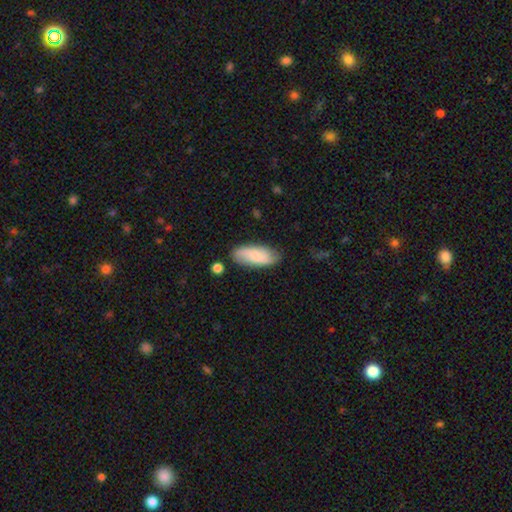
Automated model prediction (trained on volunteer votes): This is likely a smooth galaxy (66%). How rounded: clearly in between (85%). Merging: likely none (77%).